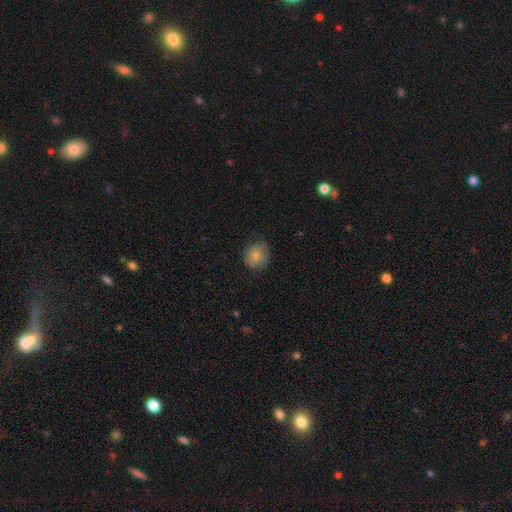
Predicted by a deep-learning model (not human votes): smooth-or-featured: smooth: 73% | featured or disk: 20% | star or artifact: 8%
  how-rounded: round: 77% | in between: 22% | cigar-shaped: 1%
  merging: none: 68% | minor disturbance: 24% | major disturbance: 7% | merger: 1%